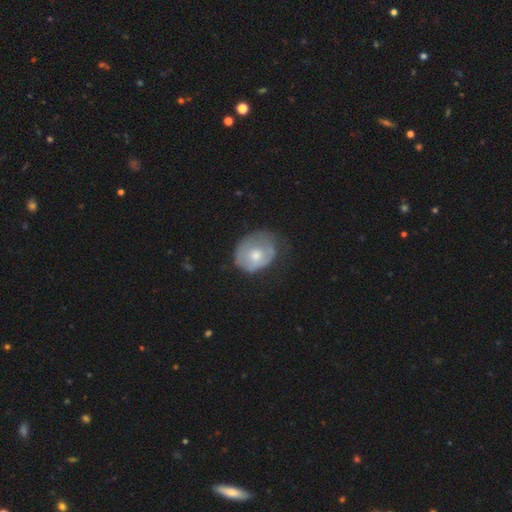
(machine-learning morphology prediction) type=smooth (53%); roundness=round (52%); merging=none (38%).